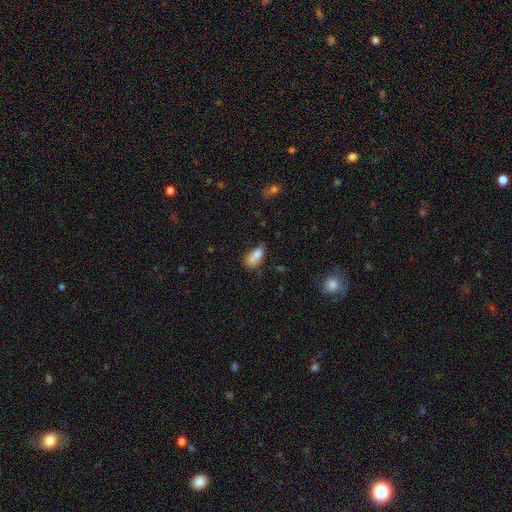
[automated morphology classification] smooth_or_featured: smooth (p=0.82) [alt: star or artifact p=0.09]
how_rounded: in between (p=0.81) [alt: cigar-shaped p=0.16]
merging: none (p=0.47) [alt: minor disturbance p=0.35]